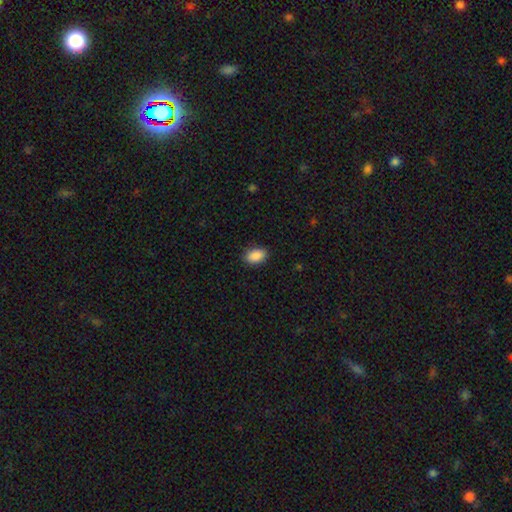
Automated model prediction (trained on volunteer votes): Smooth or featured? Predicted: smooth (p=0.90). How rounded? Predicted: in between (p=0.91). Merging? Predicted: none (p=0.88).